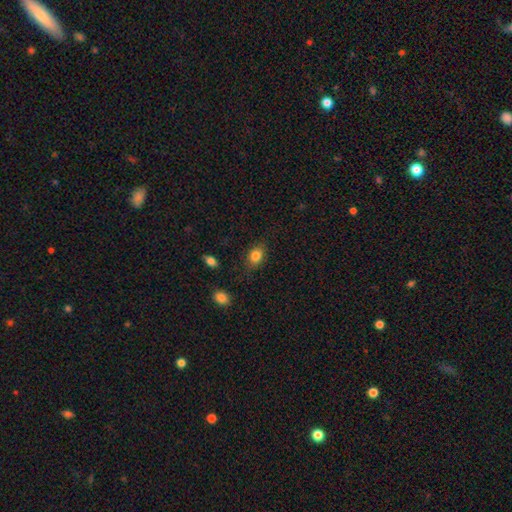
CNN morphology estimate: This appears to be a smooth galaxy with no disk features (83%) that is in between round and cigar-shaped (72%). Merging: none (81%).